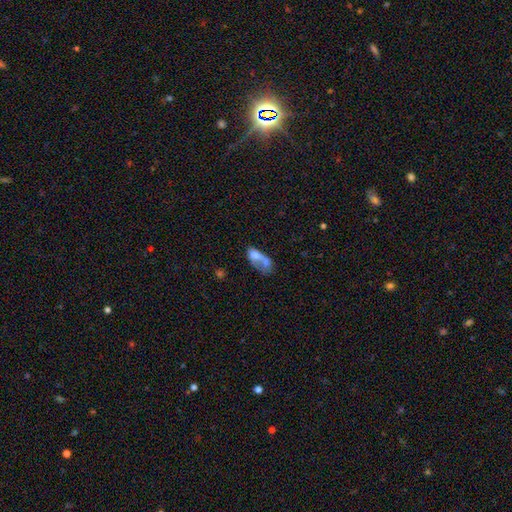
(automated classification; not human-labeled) smooth-or-featured: smooth: 61% | featured or disk: 29% | star or artifact: 10%
  how-rounded: in between: 84% | round: 11% | cigar-shaped: 6%
  merging: merger: 51% | major disturbance: 21% | none: 17% | minor disturbance: 11%